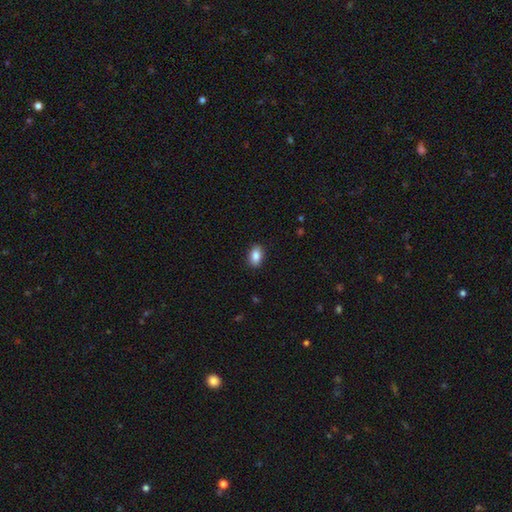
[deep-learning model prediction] Smooth or featured? Predicted: smooth (p=0.88). How rounded? Predicted: in between (p=0.90). Merging? Predicted: none (p=0.89).